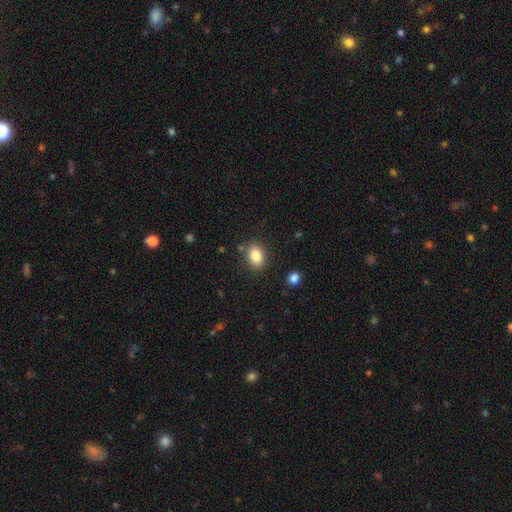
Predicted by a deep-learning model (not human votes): Smooth or featured: smooth — 85% (star or artifact — 9%)
How rounded: in between — 82% (round — 17%)
Merging: none — 82% (minor disturbance — 11%)